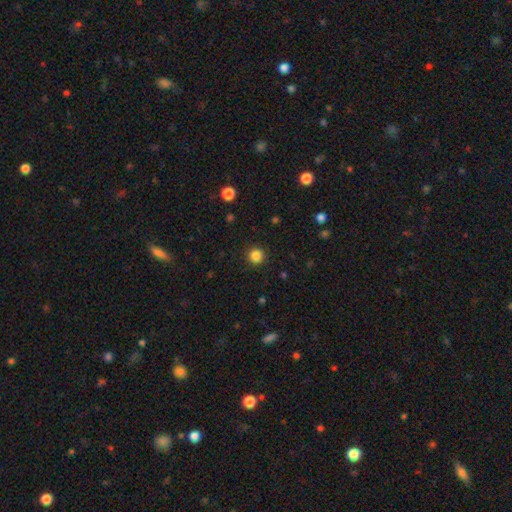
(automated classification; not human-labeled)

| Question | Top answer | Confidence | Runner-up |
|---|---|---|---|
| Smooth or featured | smooth | 85% | star or artifact (12%) |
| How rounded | round | 94% | in between (5%) |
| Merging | none | 92% | minor disturbance (5%) |